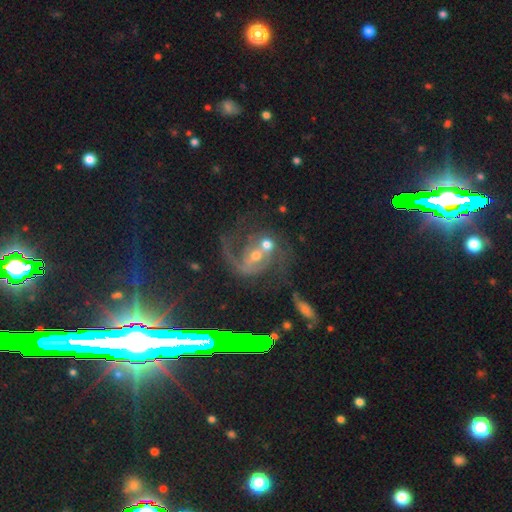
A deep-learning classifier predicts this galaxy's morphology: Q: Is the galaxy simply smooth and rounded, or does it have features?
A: featured or disk — 69%.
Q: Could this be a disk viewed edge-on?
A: no — 94%.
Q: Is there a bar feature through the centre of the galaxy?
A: no — 43%.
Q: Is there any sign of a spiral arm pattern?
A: yes — 83%.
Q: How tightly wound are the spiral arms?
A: medium — 41%.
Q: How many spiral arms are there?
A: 2 — 70%.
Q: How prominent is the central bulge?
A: small — 51%.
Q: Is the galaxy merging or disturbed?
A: none — 37%.